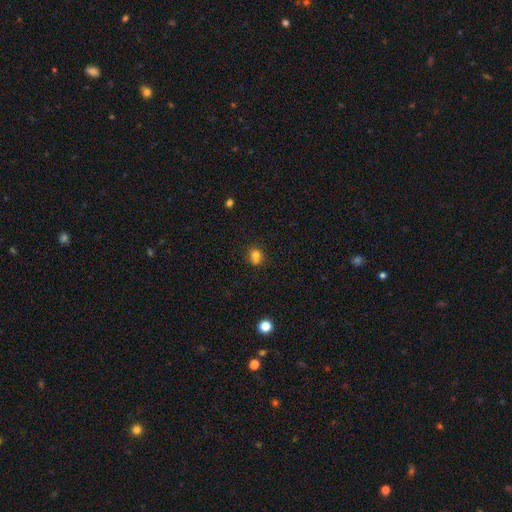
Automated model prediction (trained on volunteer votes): This appears to be a smooth galaxy with no disk features (76%) that is round (73%). Merging: none (54%).